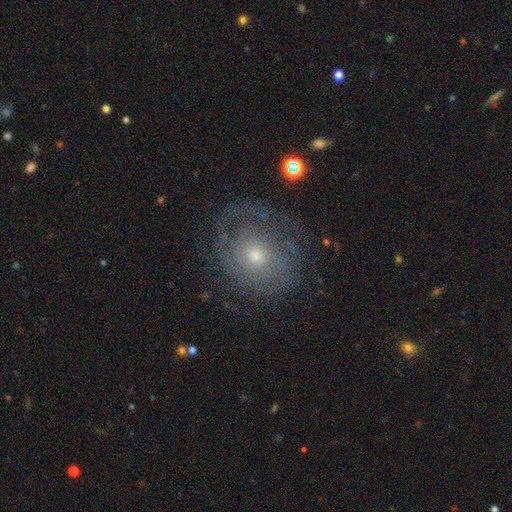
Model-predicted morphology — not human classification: smooth-or-featured: featured or disk: 72% | smooth: 19% | star or artifact: 9%
  disk-edge-on: no: 97% | yes: 3%
    bar: no: 82% | weak: 15% | strong: 3%
    has-spiral-arms: yes: 83% | no: 17%
      spiral-winding: tight: 67% | medium: 23% | loose: 10%
      spiral-arm-count: can't tell: 48% | 2: 19% | 3: 12% | 1: 7% | 4: 7% | more than 4: 6%
    bulge-size: small: 55% | moderate: 40% | large: 3% | none: 1% | dominant: 1%
  merging: none: 69% | minor disturbance: 17% | major disturbance: 12% | merger: 2%